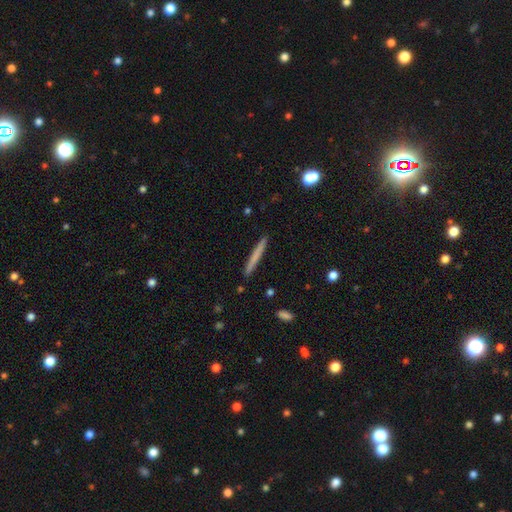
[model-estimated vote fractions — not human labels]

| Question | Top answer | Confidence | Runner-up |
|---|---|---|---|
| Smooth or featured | smooth | 67% | featured or disk (27%) |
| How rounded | cigar-shaped | 97% | in between (2%) |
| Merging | none | 92% | minor disturbance (5%) |